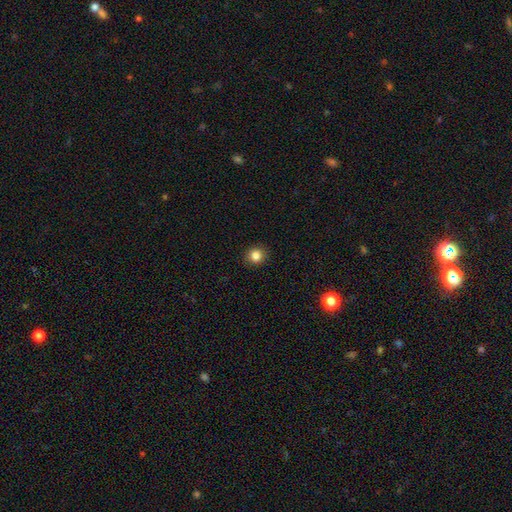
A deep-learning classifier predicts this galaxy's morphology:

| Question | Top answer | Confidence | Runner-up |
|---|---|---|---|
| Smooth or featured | smooth | 84% | star or artifact (11%) |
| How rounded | round | 85% | in between (14%) |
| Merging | none | 91% | minor disturbance (6%) |